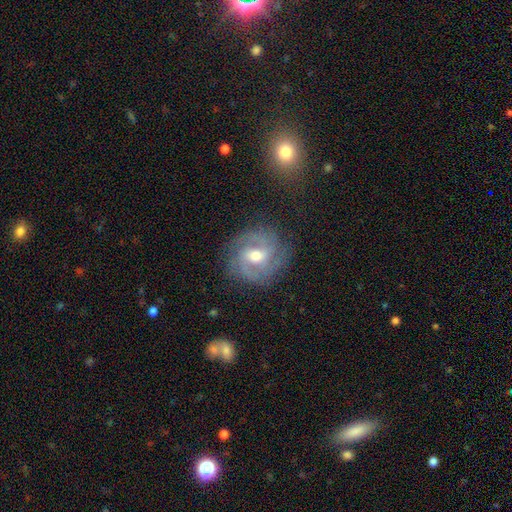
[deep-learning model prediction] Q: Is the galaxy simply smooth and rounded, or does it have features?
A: featured or disk — 86%.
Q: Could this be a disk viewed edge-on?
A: no — 97%.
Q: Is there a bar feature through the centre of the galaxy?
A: weak — 50%.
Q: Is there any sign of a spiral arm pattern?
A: yes — 96%.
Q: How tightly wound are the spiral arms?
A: tight — 45%.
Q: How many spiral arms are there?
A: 2 — 52%.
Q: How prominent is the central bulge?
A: moderate — 67%.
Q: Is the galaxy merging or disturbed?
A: none — 79%.